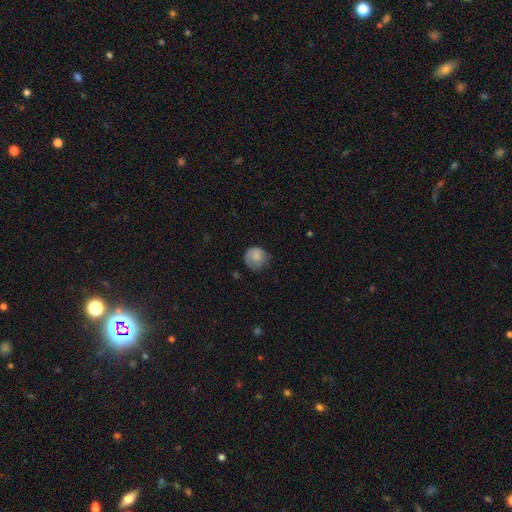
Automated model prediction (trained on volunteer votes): smooth-or-featured: smooth: 77% | featured or disk: 15% | star or artifact: 8%
  how-rounded: round: 88% | in between: 11% | cigar-shaped: 1%
  merging: none: 64% | minor disturbance: 27% | major disturbance: 8% | merger: 1%